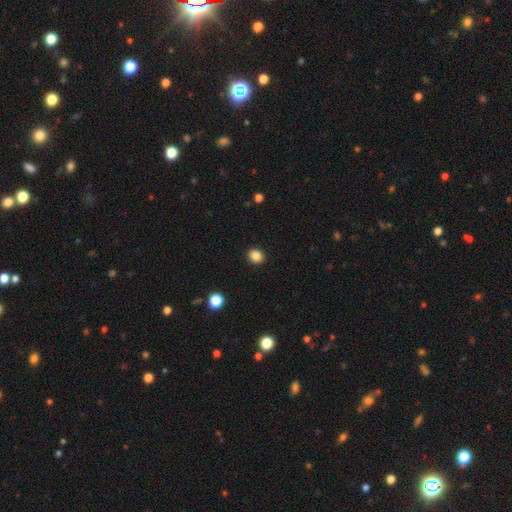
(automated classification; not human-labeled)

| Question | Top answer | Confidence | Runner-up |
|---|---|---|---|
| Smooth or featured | smooth | 87% | star or artifact (10%) |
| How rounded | round | 67% | in between (32%) |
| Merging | none | 92% | minor disturbance (6%) |